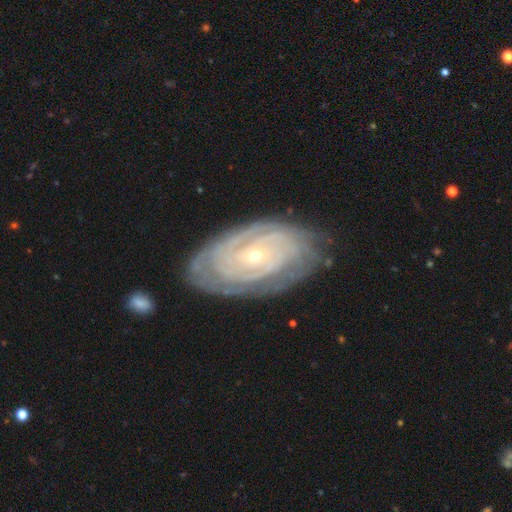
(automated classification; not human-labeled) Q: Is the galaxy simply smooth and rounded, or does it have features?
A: featured or disk — 89%.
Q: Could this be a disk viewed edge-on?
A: no — 95%.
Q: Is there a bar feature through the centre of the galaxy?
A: no — 68%.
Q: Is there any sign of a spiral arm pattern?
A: yes — 97%.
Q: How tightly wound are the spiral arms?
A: tight — 85%.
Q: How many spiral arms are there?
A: can't tell — 30%.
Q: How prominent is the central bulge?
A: small — 74%.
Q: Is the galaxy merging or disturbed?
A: none — 78%.